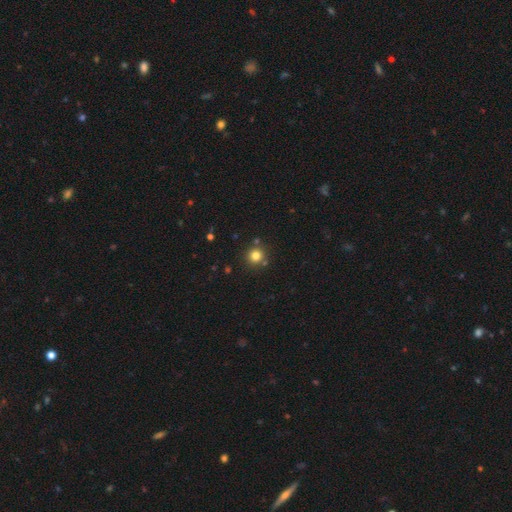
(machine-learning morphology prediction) Overall: smooth (80%). How rounded: round (93%). Merging: none (82%).